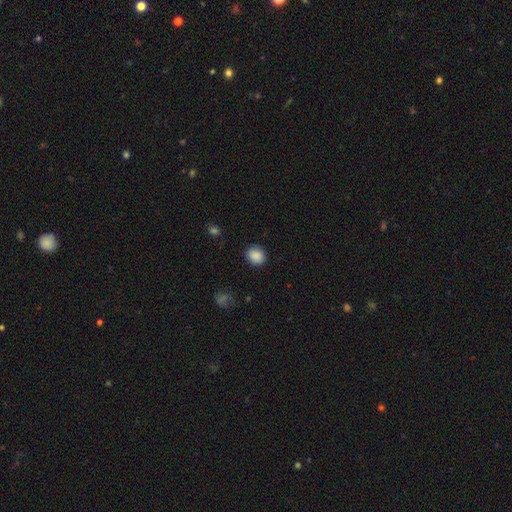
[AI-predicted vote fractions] Smooth or featured?
  - smooth: 88% *
  - star or artifact: 9%
  - featured or disk: 3%
How rounded?
  - round: 74% *
  - in between: 25%
  - cigar-shaped: 1%
Merging?
  - none: 88% *
  - minor disturbance: 8%
  - major disturbance: 2%
  - merger: 1%